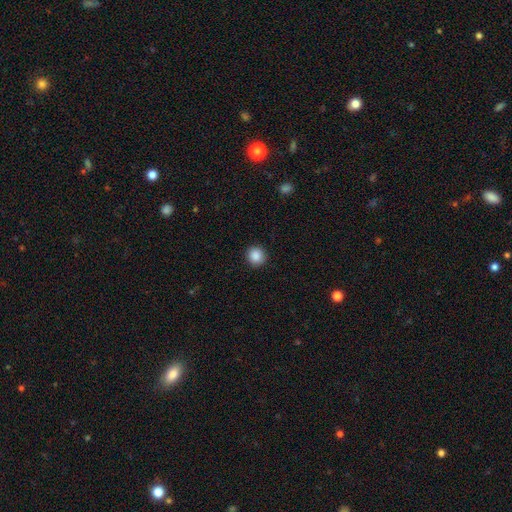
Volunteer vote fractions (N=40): Overall: smooth (90%). How rounded: round (94%). Merging: none (92%).